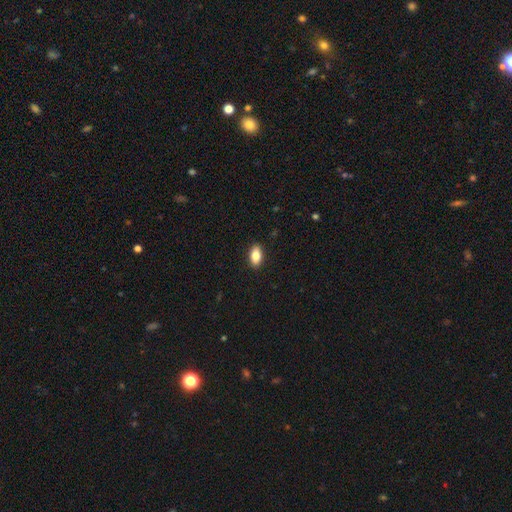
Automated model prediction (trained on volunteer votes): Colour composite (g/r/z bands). It shows a smooth galaxy with no disk features (84%) that is in between round and cigar-shaped (90%). Merging: none (90%).